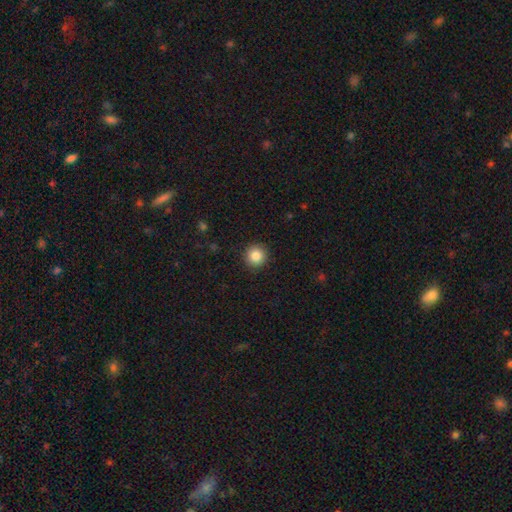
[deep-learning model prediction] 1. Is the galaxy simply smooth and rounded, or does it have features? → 86% smooth, 10% star or artifact, 4% featured or disk.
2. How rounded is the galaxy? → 93% round, 6% in between, 1% cigar-shaped.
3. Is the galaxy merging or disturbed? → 92% none, 6% minor disturbance, 2% major disturbance, 1% merger.